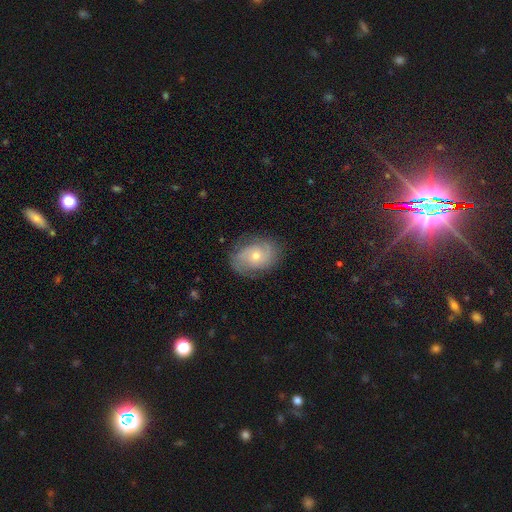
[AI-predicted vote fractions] This is likely a featured or disk galaxy (69%). It is clearly not viewed edge-on (97%). Bar: likely no (74%). Spiral arm pattern: clearly yes (89%). Spiral arm count: likely 2 (61%). Spiral winding: marginally tight (45%). Central bulge: possibly moderate (49%). Merging: likely none (78%).